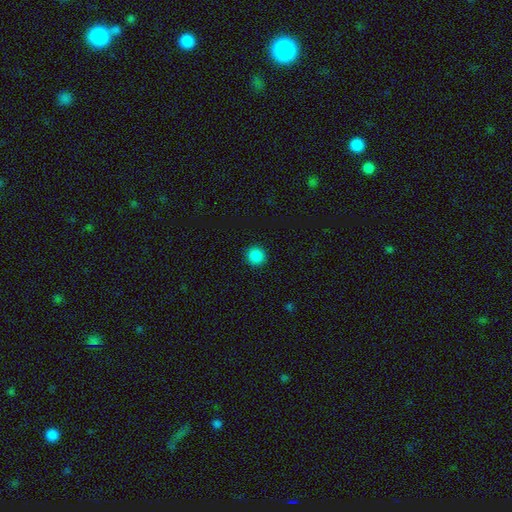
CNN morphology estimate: This is clearly a smooth galaxy (87%). How rounded: clearly round (94%). Merging: clearly none (93%).